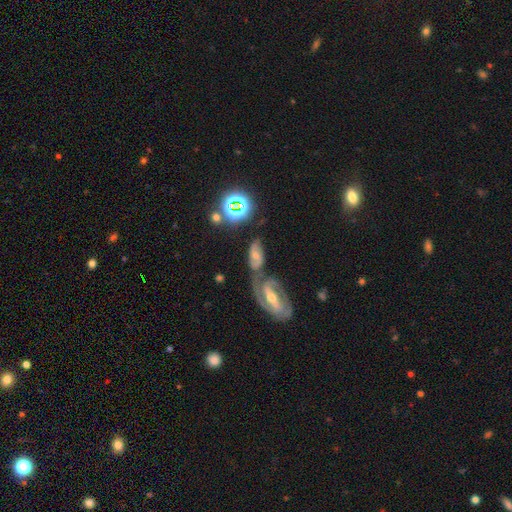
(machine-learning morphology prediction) smooth_or_featured: featured or disk (p=0.58) [alt: smooth p=0.26]
disk_edge_on: no (p=0.92) [alt: yes p=0.08]
bar: no (p=0.42) [alt: weak p=0.35]
has_spiral_arms: yes (p=0.85) [alt: no p=0.15]
bulge_size: moderate (p=0.49) [alt: small p=0.41]
merging: merger (p=0.39) [alt: none p=0.36]